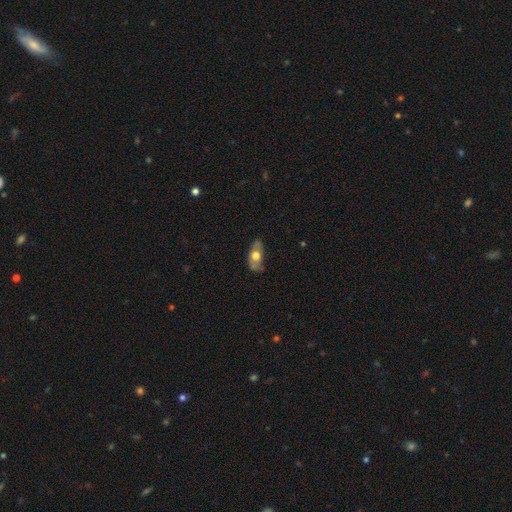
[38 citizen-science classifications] Smooth or featured?
  - featured or disk: 53% *
  - smooth: 45%
  - star or artifact: 3%
Edge-on disk?
  - no: 75% *
  - yes: 25%
Bar?
  - no: 100% *
  - strong: 0%
  - weak: 0%
Spiral arms?
  - no: 87% *
  - yes: 13%
Bulge size?
  - large: 67% *
  - moderate: 33%
  - dominant: 0%
  - small: 0%
  - none: 0%
Merging?
  - none: 54% *
  - minor disturbance: 46%
  - major disturbance: 0%
  - merger: 0%